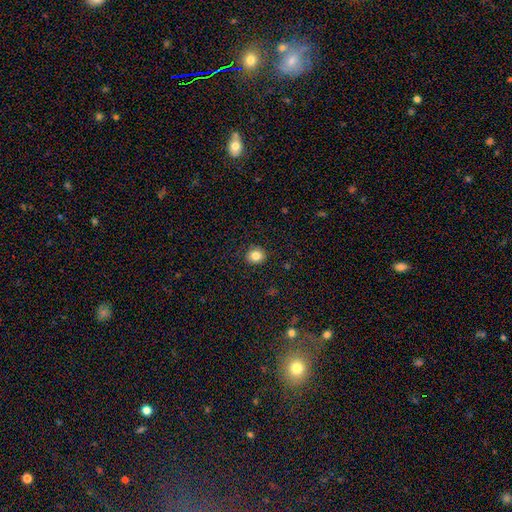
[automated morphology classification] The model was most divided on "how rounded": round: 81%, in between: 18%, cigar-shaped: 1%. More confident: merging — none (91%); smooth or featured — smooth (84%).